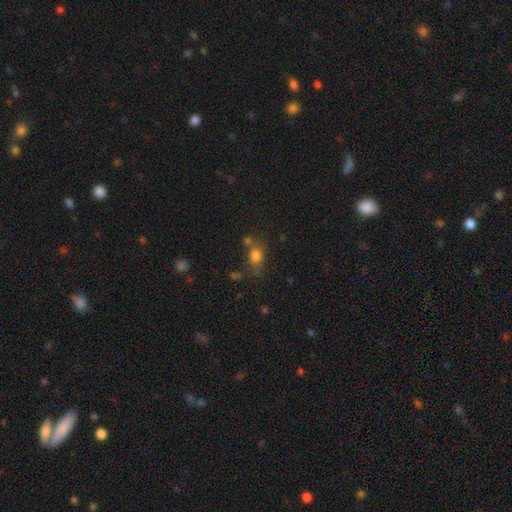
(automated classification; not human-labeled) A smooth galaxy with no disk features (76%) that is in between round and cigar-shaped (49%).

Vote fractions:
- Smooth or featured? smooth: 76% / star or artifact: 14% / featured or disk: 10%
- How rounded? in between: 49% / round: 48% / cigar-shaped: 3%
- Merging? none: 53% / minor disturbance: 20% / merger: 17% / major disturbance: 10%